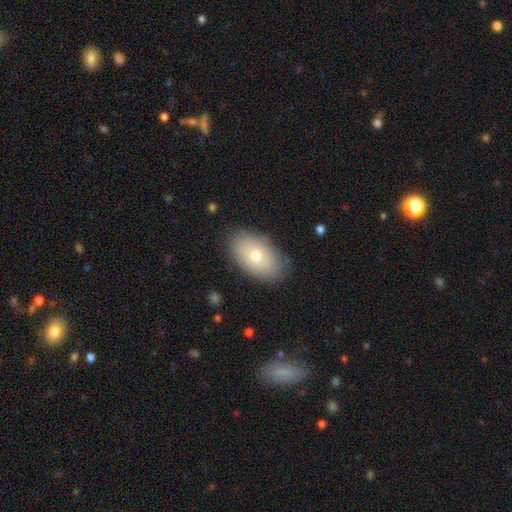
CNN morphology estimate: type=smooth (72%); roundness=in between (92%); merging=none (86%).